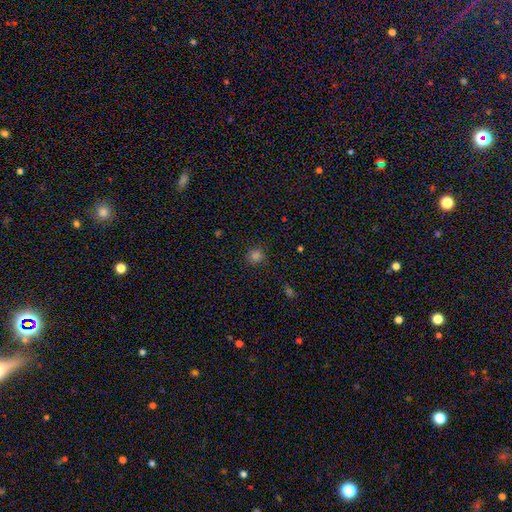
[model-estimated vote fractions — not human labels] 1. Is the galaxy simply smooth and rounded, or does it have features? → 78% smooth, 19% star or artifact, 4% featured or disk.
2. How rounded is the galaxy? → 89% round, 10% in between, 1% cigar-shaped.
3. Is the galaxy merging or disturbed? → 88% none, 8% minor disturbance, 3% major disturbance, 1% merger.